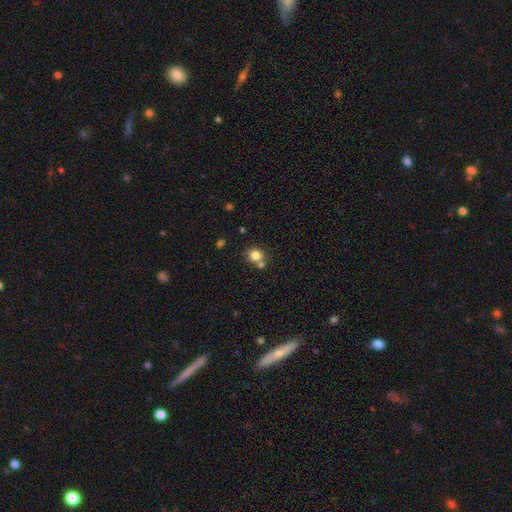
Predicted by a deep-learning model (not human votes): Smooth or featured: smooth — 81% (star or artifact — 11%)
How rounded: round — 81% (in between — 18%)
Merging: none — 59% (merger — 28%)